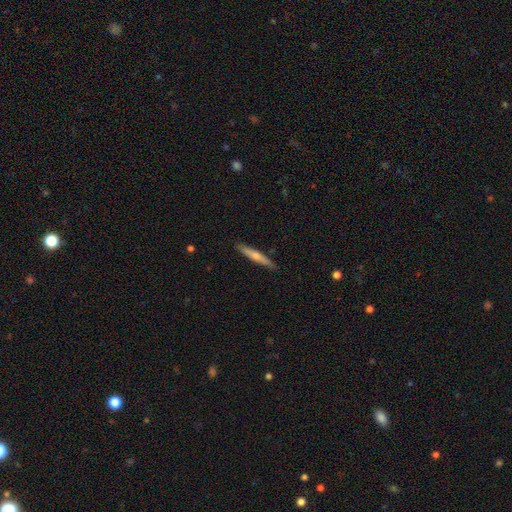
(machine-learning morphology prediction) smooth 52%, featured or disk 42%, star or artifact 5%. Down the decision tree: how rounded — cigar-shaped (93%); merging — none (90%).